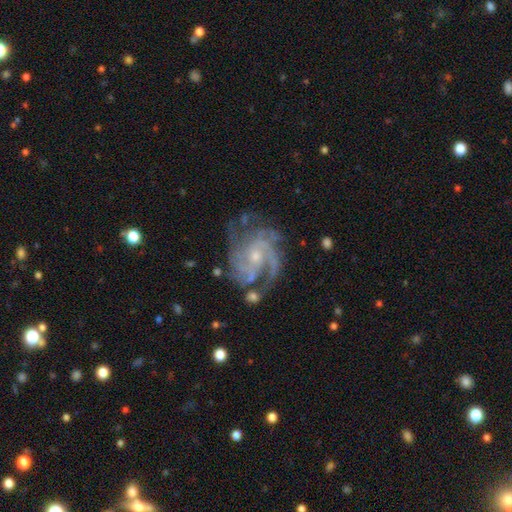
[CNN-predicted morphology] This is clearly a featured or disk galaxy (91%). It is clearly not viewed edge-on (98%). Bar: likely no (62%). Spiral arm pattern: clearly yes (98%). Spiral arm count: marginally 3 (35%). Spiral winding: possibly tight (54%). Central bulge: likely small (67%). Merging: likely none (69%).